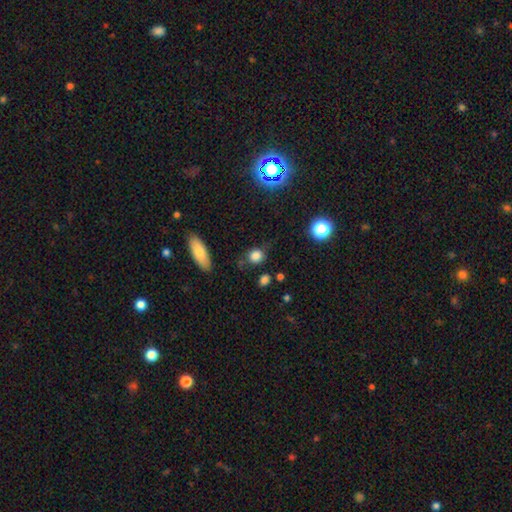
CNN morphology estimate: smooth 82%, star or artifact 12%, featured or disk 6%. Down the decision tree: how rounded — round (66%); merging — none (70%).